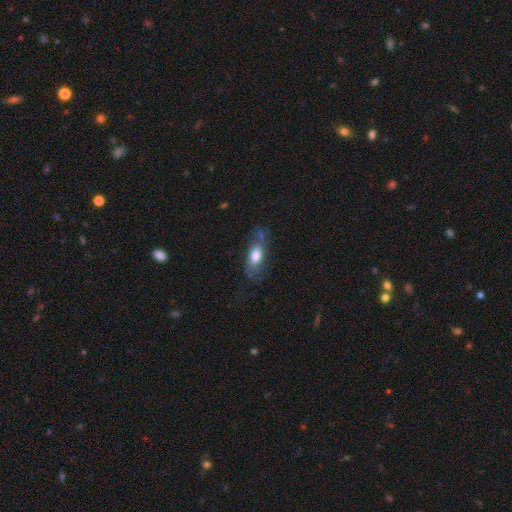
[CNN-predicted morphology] Q: Smooth or featured?
A: smooth (66%); runner-up: featured or disk (26%)
Q: How rounded?
A: in between (80%); runner-up: cigar-shaped (15%)
Q: Merging?
A: none (52%); runner-up: minor disturbance (28%)